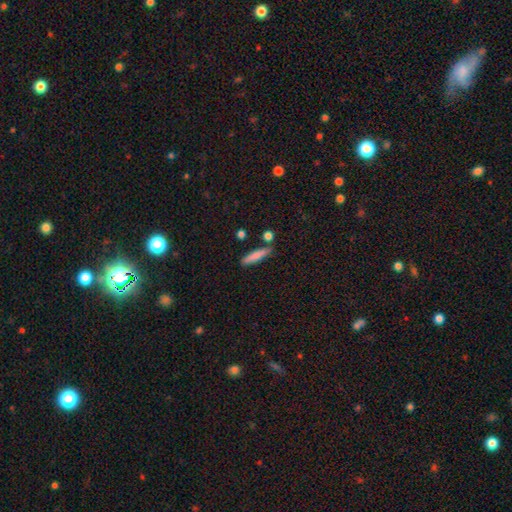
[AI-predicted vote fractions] This is clearly a smooth galaxy (80%). How rounded: clearly cigar-shaped (83%). Merging: likely none (79%).